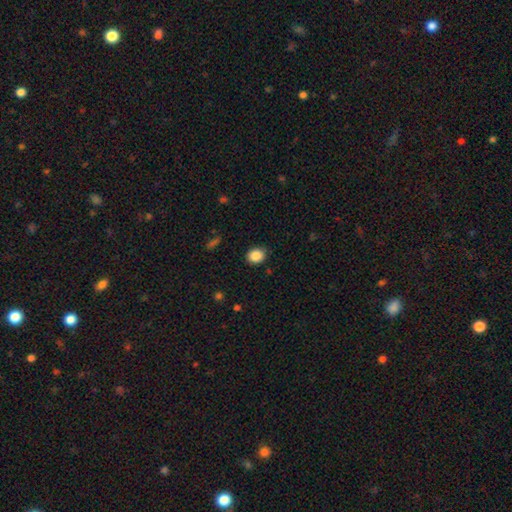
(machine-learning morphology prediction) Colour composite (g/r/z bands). It shows a smooth galaxy with no disk features (87%) that is round (55%). Merging: none (86%).